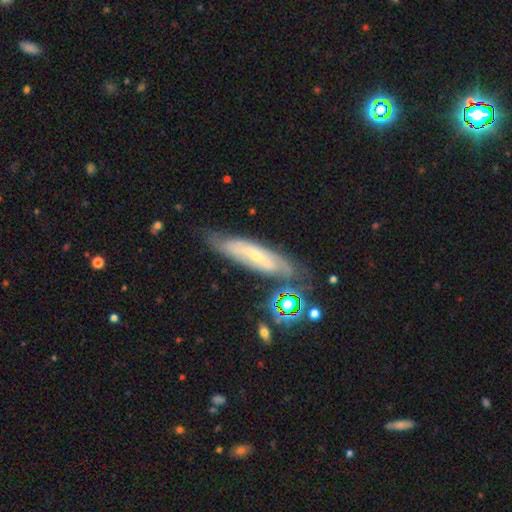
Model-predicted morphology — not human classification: This appears to be a featured or disk galaxy (69%). Merging: none (72%).